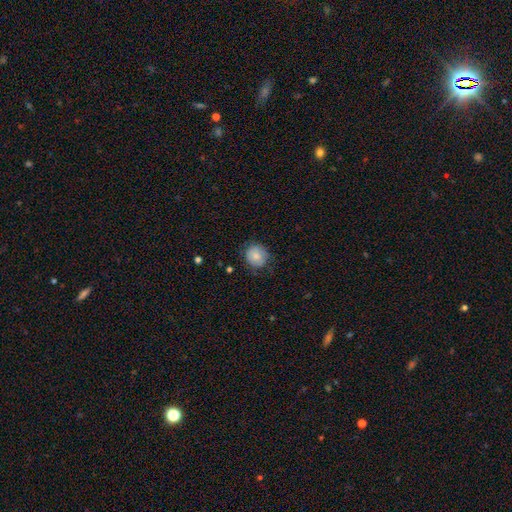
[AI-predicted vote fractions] Q: Smooth or featured?
A: smooth (78%); runner-up: featured or disk (14%)
Q: How rounded?
A: round (81%); runner-up: in between (18%)
Q: Merging?
A: none (71%); runner-up: minor disturbance (22%)